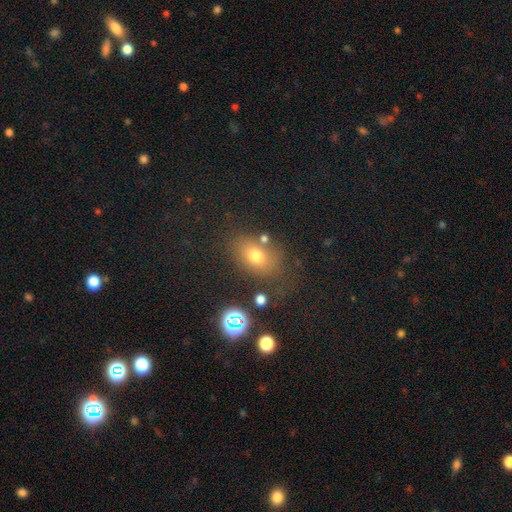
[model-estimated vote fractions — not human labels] Smooth or featured? smooth (69%)
How rounded? in between (71%)
Merging? none (70%)